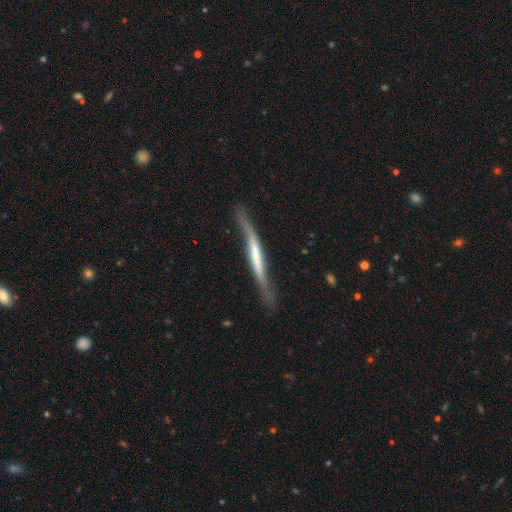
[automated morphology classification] A featured or disk galaxy (70%) viewed edge-on (77%) with no central bulge (57%).

Vote fractions:
- Smooth or featured? featured or disk: 70% / smooth: 25% / star or artifact: 5%
- Edge-on disk? yes: 77% / no: 23%
- Edge-on bulge? none: 57% / boxy: 25% / rounded: 17%
- Merging? none: 58% / minor disturbance: 27% / major disturbance: 11% / merger: 3%